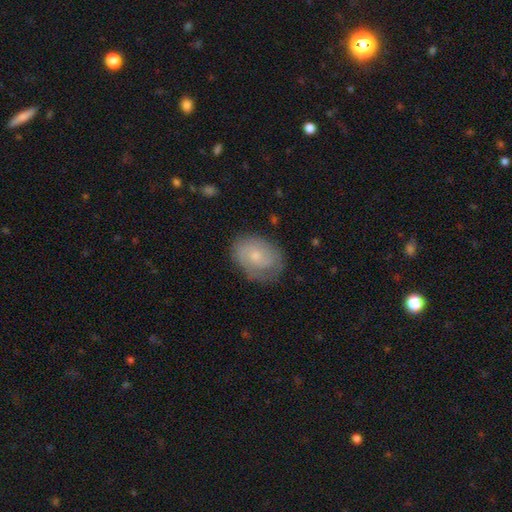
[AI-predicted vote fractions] A featured or disk galaxy (50%). Merging: none (70%).